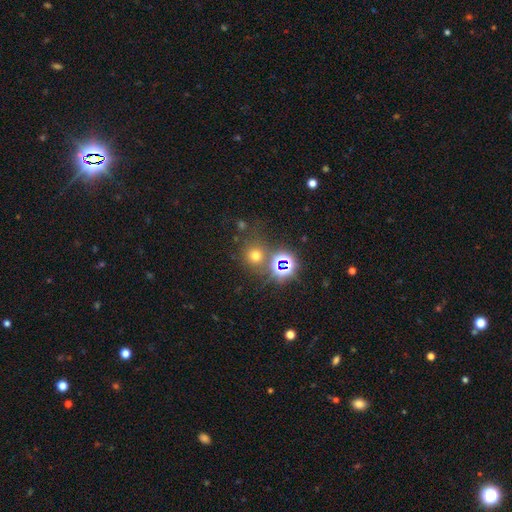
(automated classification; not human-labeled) The model was most divided on "smooth or featured": smooth: 57%, star or artifact: 34%, featured or disk: 8%. More confident: how rounded — round (90%); merging — none (73%).